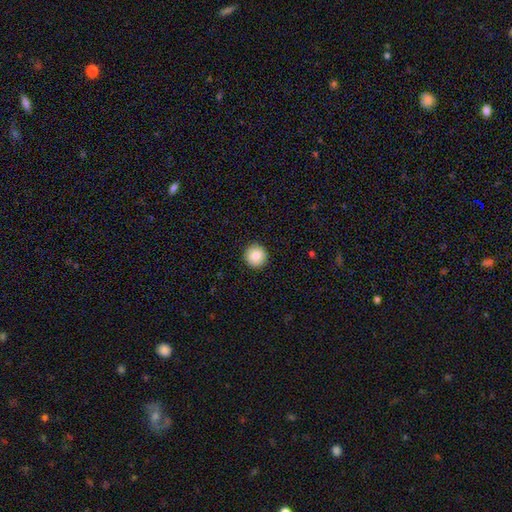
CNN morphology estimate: This appears to be a smooth galaxy with no disk features (84%) that is round (95%). Merging: none (92%).